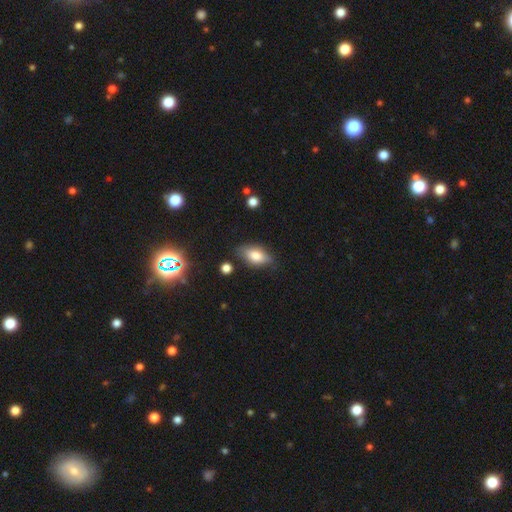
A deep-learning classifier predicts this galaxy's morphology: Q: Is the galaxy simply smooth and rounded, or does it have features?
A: smooth — 75%.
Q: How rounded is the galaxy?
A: in between — 88%.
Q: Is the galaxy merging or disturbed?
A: none — 74%.